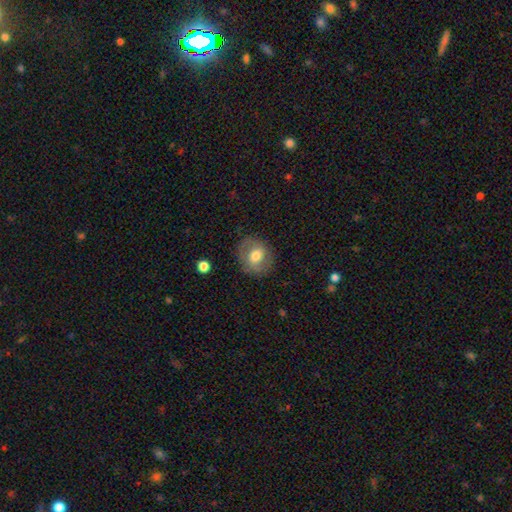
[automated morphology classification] A smooth galaxy with no disk features (57%) that is round (70%). Merging: none (81%).